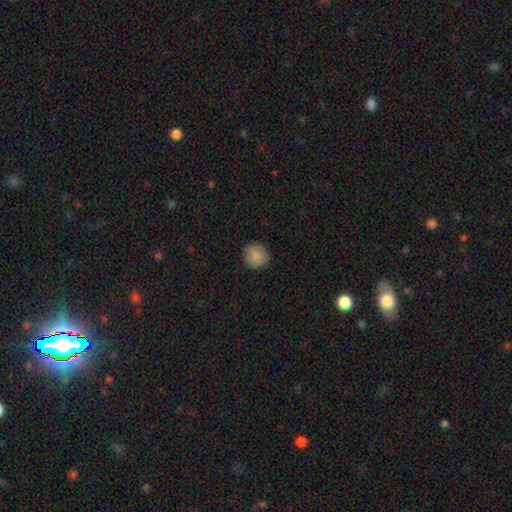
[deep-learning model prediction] smooth_or_featured: smooth (p=0.87) [alt: star or artifact p=0.08]
how_rounded: round (p=0.95) [alt: in between p=0.05]
merging: none (p=0.90) [alt: minor disturbance p=0.07]